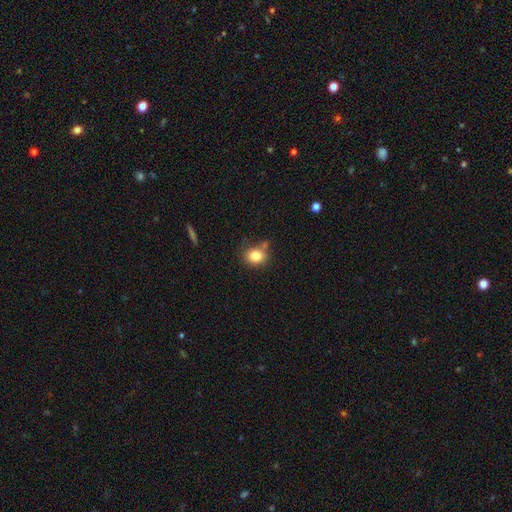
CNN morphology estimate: Smooth or featured? smooth (83%)
How rounded? round (66%)
Merging? none (68%)